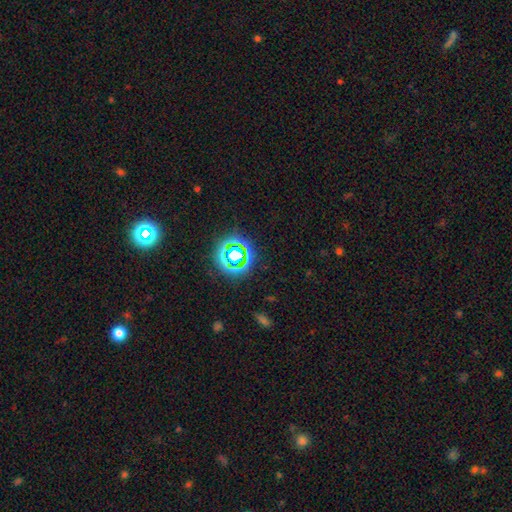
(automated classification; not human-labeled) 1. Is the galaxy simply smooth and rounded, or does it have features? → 52% star or artifact, 41% smooth, 6% featured or disk.